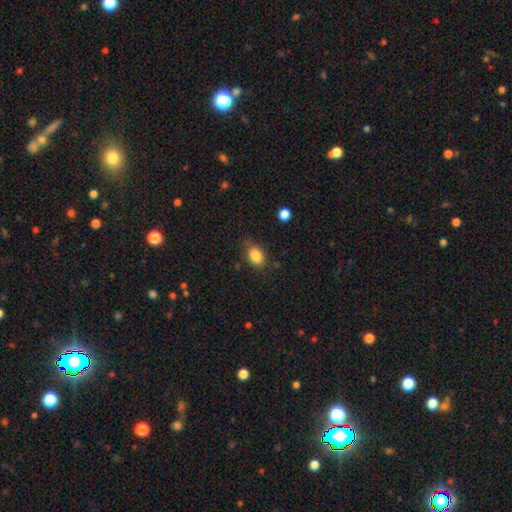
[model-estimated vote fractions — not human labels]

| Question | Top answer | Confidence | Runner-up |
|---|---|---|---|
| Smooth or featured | smooth | 85% | star or artifact (9%) |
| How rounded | in between | 82% | round (17%) |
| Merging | none | 74% | minor disturbance (19%) |